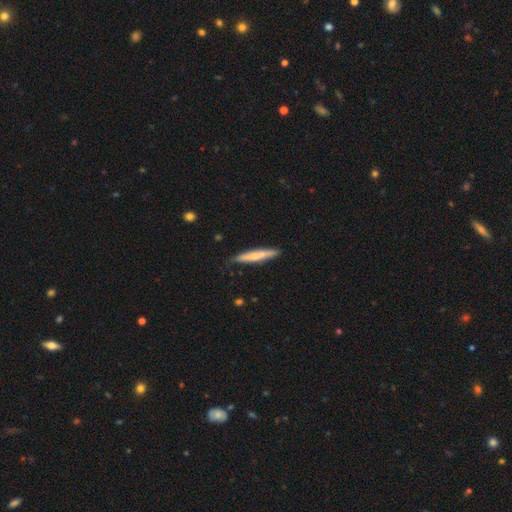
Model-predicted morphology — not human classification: Smooth or featured? smooth (57%)
How rounded? cigar-shaped (92%)
Merging? none (84%)